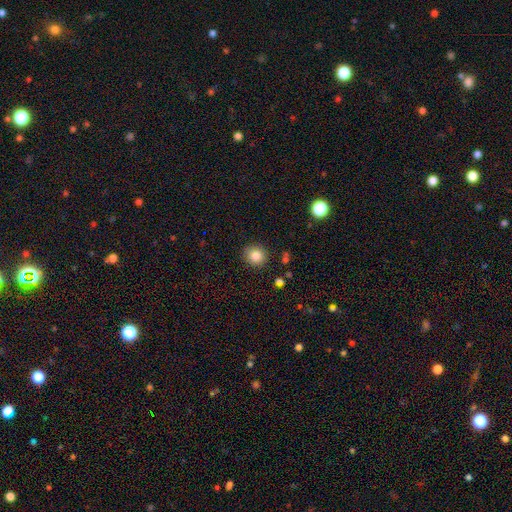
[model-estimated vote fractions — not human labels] The model was most divided on "how rounded": round: 86%, in between: 13%, cigar-shaped: 1%. More confident: merging — none (89%); smooth or featured — smooth (84%).